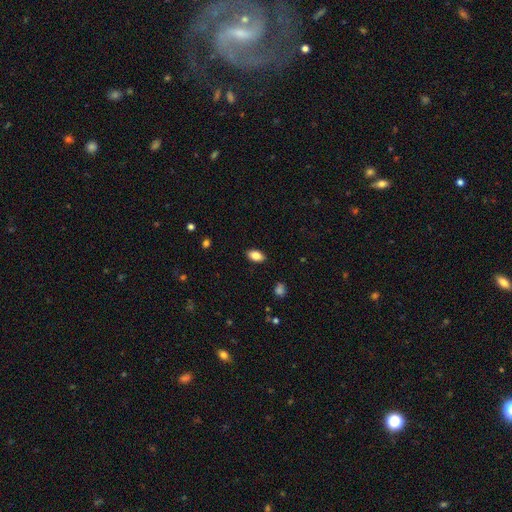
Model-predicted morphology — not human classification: smooth-or-featured: smooth: 84% | star or artifact: 8% | featured or disk: 8%
  how-rounded: in between: 92% | round: 6% | cigar-shaped: 3%
  merging: none: 88% | minor disturbance: 9% | major disturbance: 2% | merger: 1%